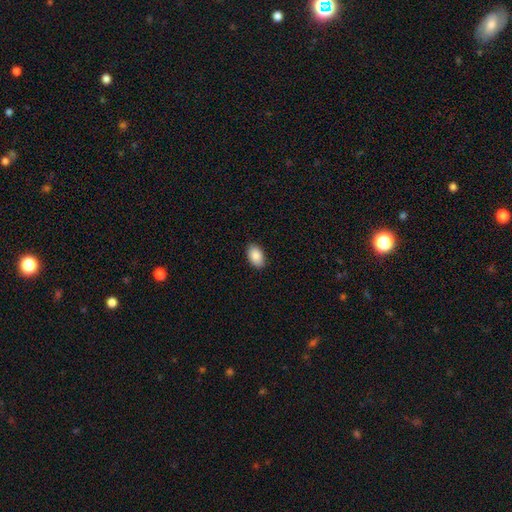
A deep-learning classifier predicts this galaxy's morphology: This is clearly a smooth galaxy (89%). How rounded: clearly in between (93%). Merging: clearly none (89%).